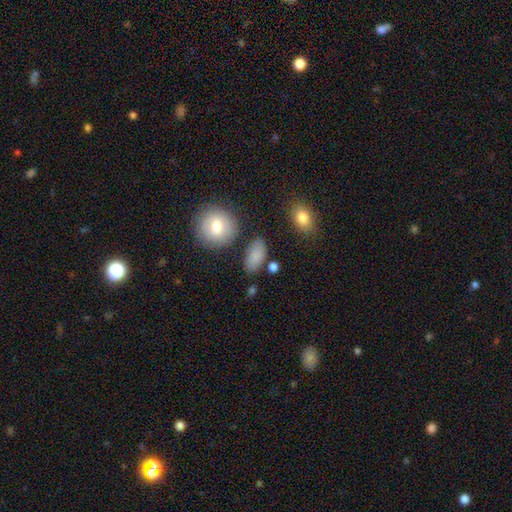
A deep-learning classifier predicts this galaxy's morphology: A smooth galaxy with no disk features (84%) that is in between round and cigar-shaped (89%).

Vote fractions:
- Smooth or featured? smooth: 84% / featured or disk: 8% / star or artifact: 8%
- How rounded? in between: 89% / round: 7% / cigar-shaped: 3%
- Merging? none: 77% / minor disturbance: 14% / merger: 5% / major disturbance: 4%